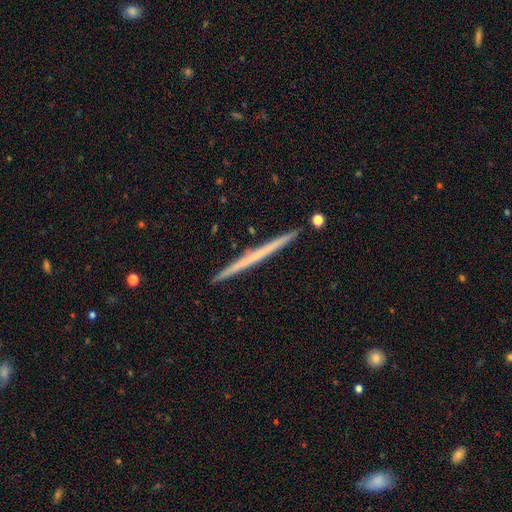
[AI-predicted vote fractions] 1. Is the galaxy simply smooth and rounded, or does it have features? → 53% featured or disk, 41% smooth, 6% star or artifact.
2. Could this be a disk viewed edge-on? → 98% yes, 2% no.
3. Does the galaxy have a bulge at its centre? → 91% none, 6% rounded, 2% boxy.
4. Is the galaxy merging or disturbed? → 92% none, 5% minor disturbance, 1% merger, 1% major disturbance.